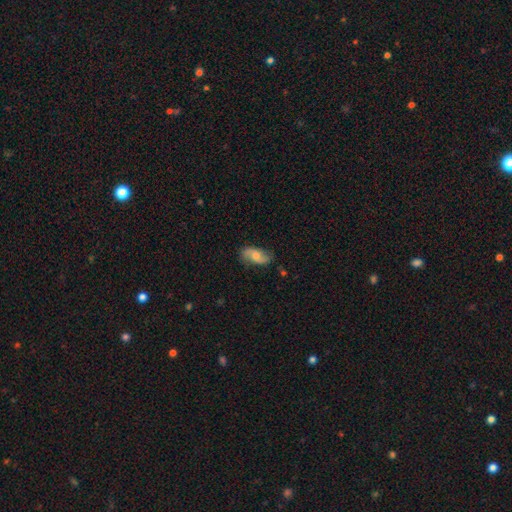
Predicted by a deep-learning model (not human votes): smooth_or_featured: featured or disk (p=0.52) [alt: smooth p=0.40]
disk_edge_on: no (p=0.94) [alt: yes p=0.06]
merging: none (p=0.74) [alt: minor disturbance p=0.19]